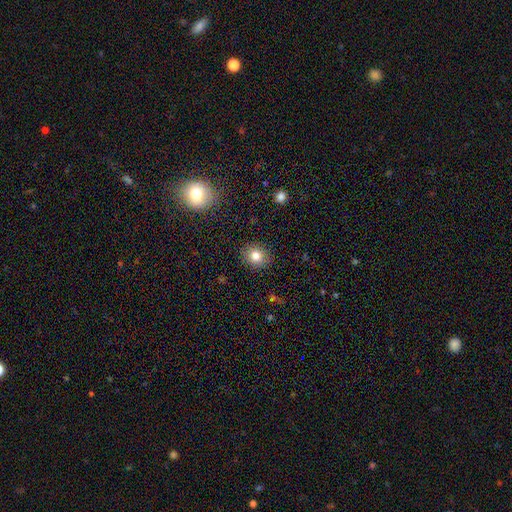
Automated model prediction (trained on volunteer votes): smooth-or-featured: smooth: 81% | star or artifact: 11% | featured or disk: 8%
  how-rounded: round: 74% | in between: 25% | cigar-shaped: 1%
  merging: none: 89% | minor disturbance: 8% | major disturbance: 2% | merger: 1%